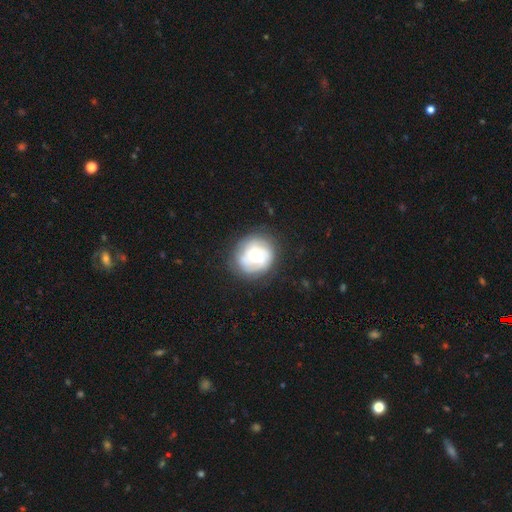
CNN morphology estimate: Smooth or featured? featured or disk (61%)
Edge-on disk? no (97%)
Bar? weak (47%)
Spiral arms? yes (74%)
Bulge size? moderate (60%)
Merging? none (73%)